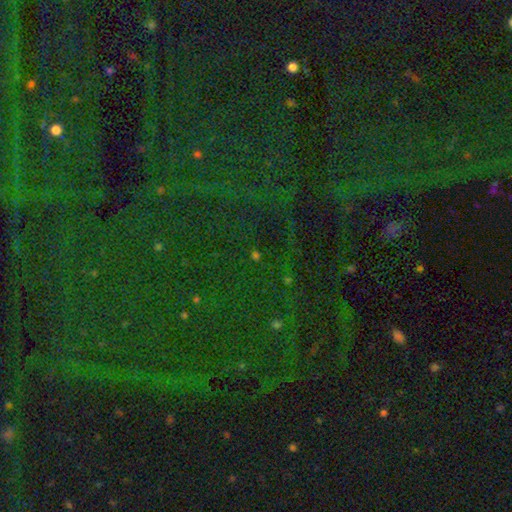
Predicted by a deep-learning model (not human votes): Smooth or featured?
  - star or artifact: 69% *
  - smooth: 22%
  - featured or disk: 8%